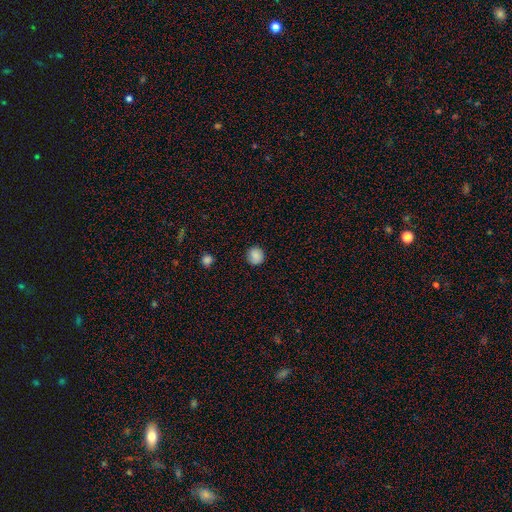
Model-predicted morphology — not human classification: type=smooth (86%); roundness=round (90%); merging=none (88%).